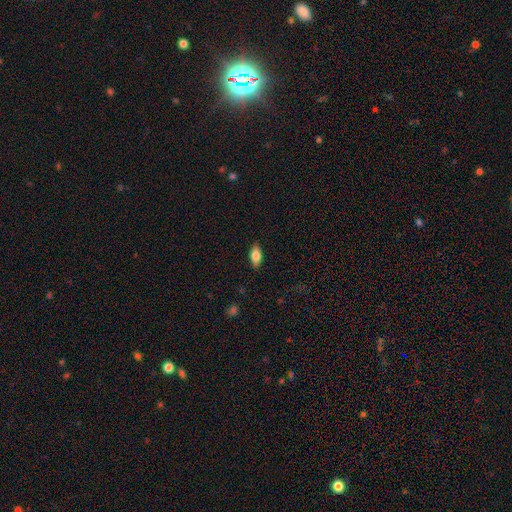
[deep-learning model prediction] smooth-or-featured: smooth: 76% | featured or disk: 17% | star or artifact: 7%
  how-rounded: in between: 87% | cigar-shaped: 10% | round: 3%
  merging: none: 87% | minor disturbance: 10% | major disturbance: 2% | merger: 1%